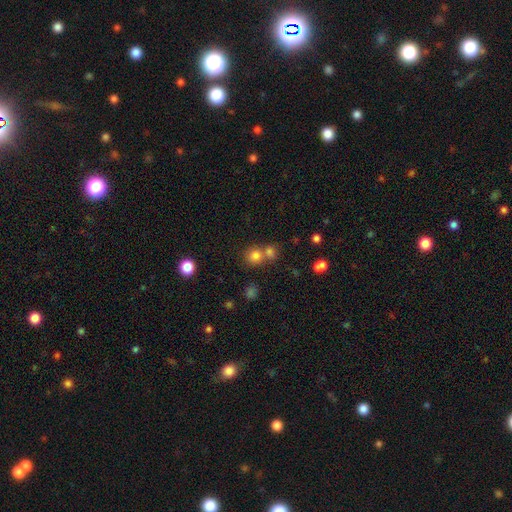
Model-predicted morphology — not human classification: Smooth or featured? Predicted: smooth (p=0.78). How rounded? Predicted: round (p=0.86). Merging? Predicted: none (p=0.54).